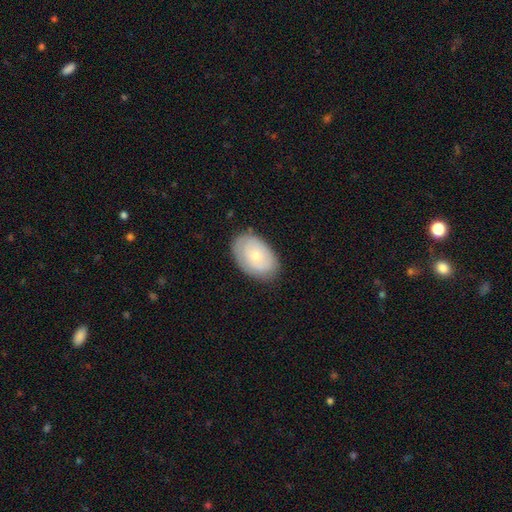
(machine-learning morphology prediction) Overall: smooth (55%; featured or disk 38%). How rounded: in between (87%). Merging: none (81%).